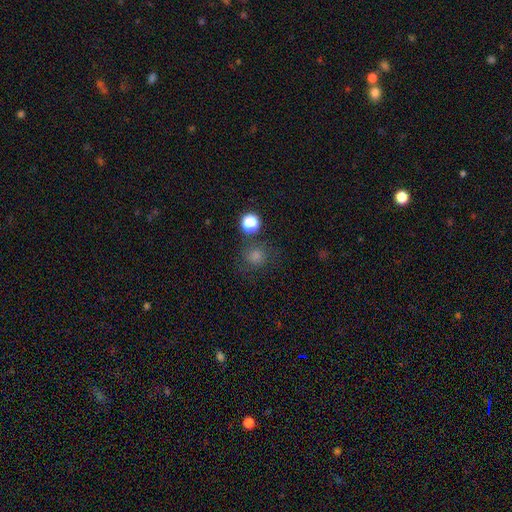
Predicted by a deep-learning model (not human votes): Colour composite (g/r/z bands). It shows a smooth galaxy with no disk features (64%) that is round (88%). Merging: none (75%).